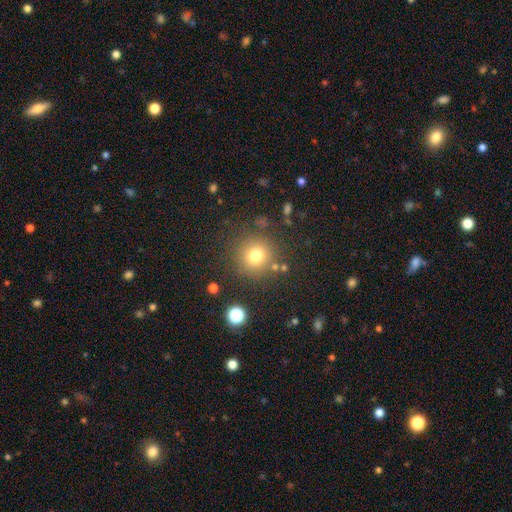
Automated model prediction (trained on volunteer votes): Morphology: type=smooth (75%); roundness=round (94%); merging=none (84%).